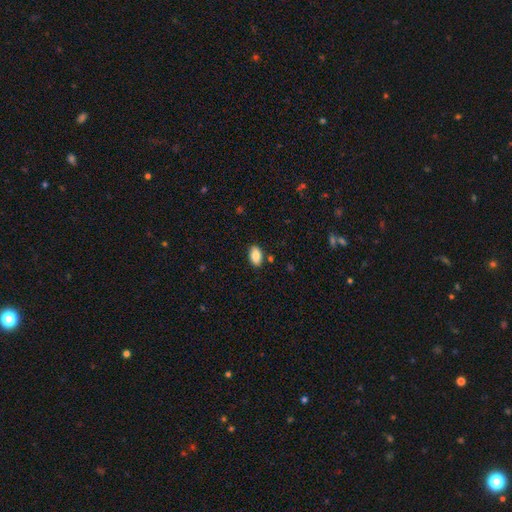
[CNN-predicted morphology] Smooth or featured: smooth — 86% (star or artifact — 7%)
How rounded: in between — 92% (round — 5%)
Merging: none — 84% (minor disturbance — 11%)